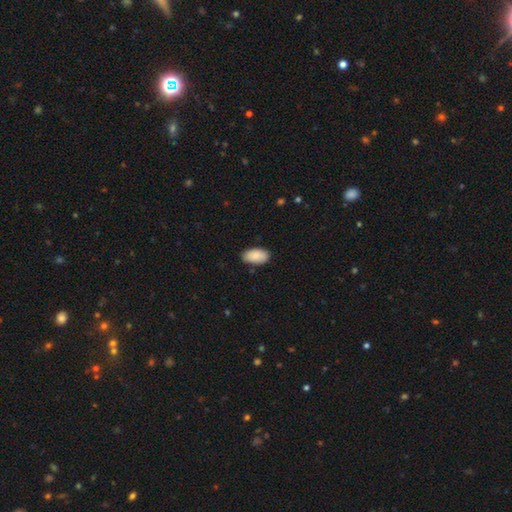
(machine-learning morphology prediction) A smooth galaxy with no disk features (87%) that is in between round and cigar-shaped (95%).

Vote fractions:
- Smooth or featured? smooth: 87% / featured or disk: 7% / star or artifact: 6%
- How rounded? in between: 95% / round: 3% / cigar-shaped: 2%
- Merging? none: 84% / minor disturbance: 12% / major disturbance: 2% / merger: 1%